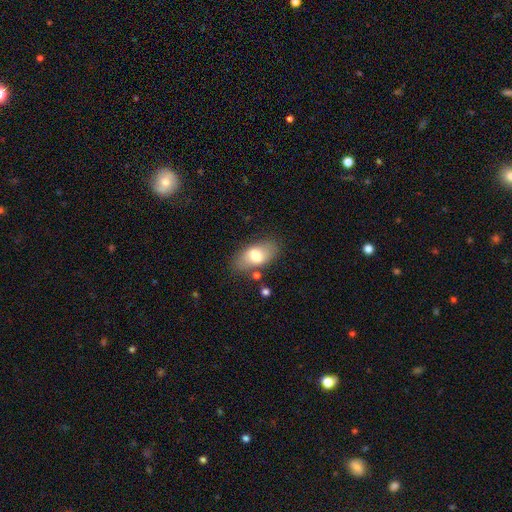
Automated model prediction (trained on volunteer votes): This appears to be a smooth galaxy with no disk features (70%) that is in between round and cigar-shaped (91%). Merging: none (76%).